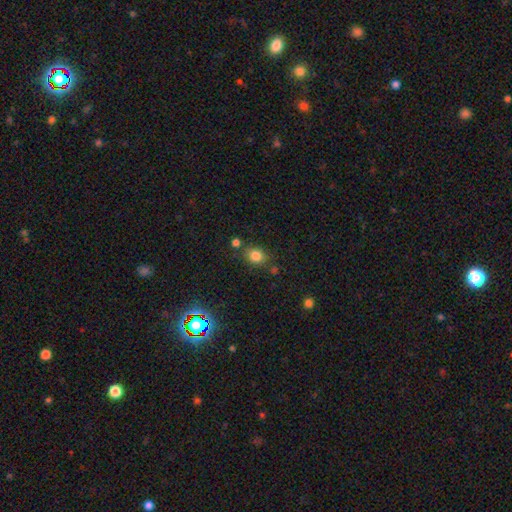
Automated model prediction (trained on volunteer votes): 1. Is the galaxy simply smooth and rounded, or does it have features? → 81% smooth, 13% star or artifact, 6% featured or disk.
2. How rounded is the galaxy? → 61% round, 38% in between, 1% cigar-shaped.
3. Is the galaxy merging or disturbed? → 74% none, 13% minor disturbance, 9% merger, 4% major disturbance.